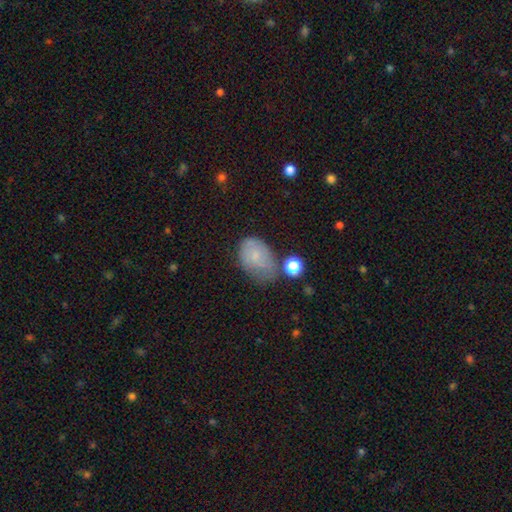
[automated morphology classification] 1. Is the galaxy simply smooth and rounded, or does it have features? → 61% smooth, 29% featured or disk, 10% star or artifact.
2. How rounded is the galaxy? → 81% in between, 18% round, 1% cigar-shaped.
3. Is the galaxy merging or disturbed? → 39% none, 36% minor disturbance, 18% major disturbance, 8% merger.